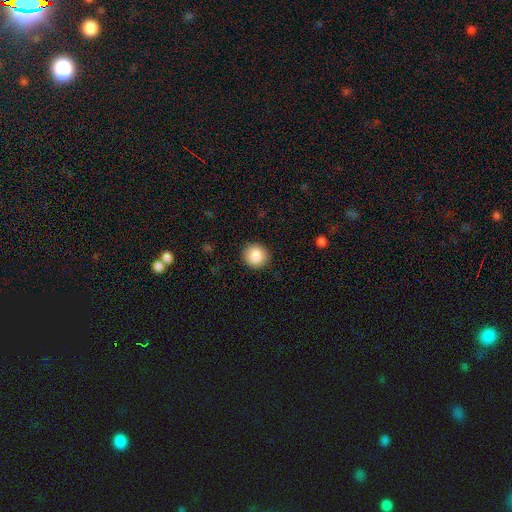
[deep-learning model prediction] Smooth or featured? smooth (88%)
How rounded? round (86%)
Merging? none (90%)